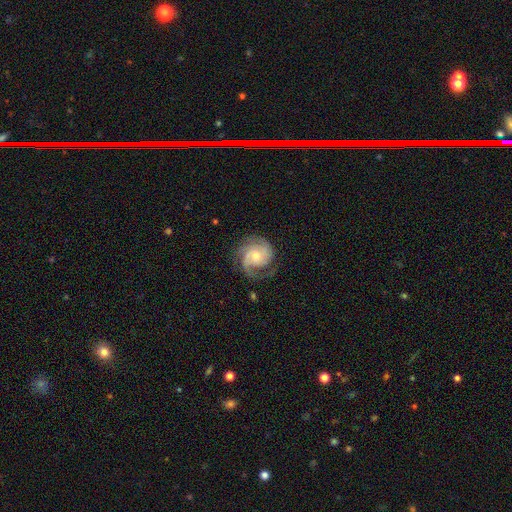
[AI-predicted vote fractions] This appears to be a featured or disk galaxy (83%) with no bar (69%), 2 (47%) tight (43%) spiral arms (96%) and a small central bulge (50%). Merging: none (67%).